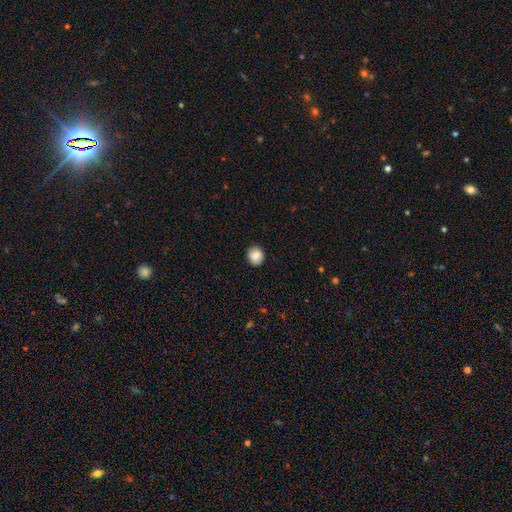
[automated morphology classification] A smooth galaxy with no disk features (87%) that is round (85%).

Vote fractions:
- Smooth or featured? smooth: 87% / star or artifact: 8% / featured or disk: 5%
- How rounded? round: 85% / in between: 14% / cigar-shaped: 1%
- Merging? none: 90% / minor disturbance: 7% / major disturbance: 2% / merger: 1%